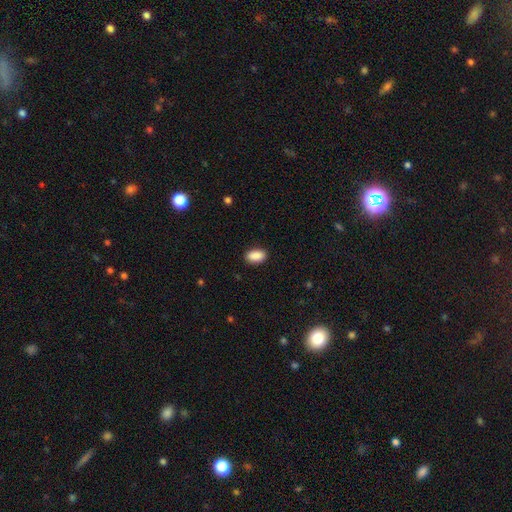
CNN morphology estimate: A smooth galaxy with no disk features (90%) that is in between round and cigar-shaped (92%).

Vote fractions:
- Smooth or featured? smooth: 90% / star or artifact: 7% / featured or disk: 3%
- How rounded? in between: 92% / round: 5% / cigar-shaped: 2%
- Merging? none: 89% / minor disturbance: 8% / major disturbance: 2% / merger: 1%